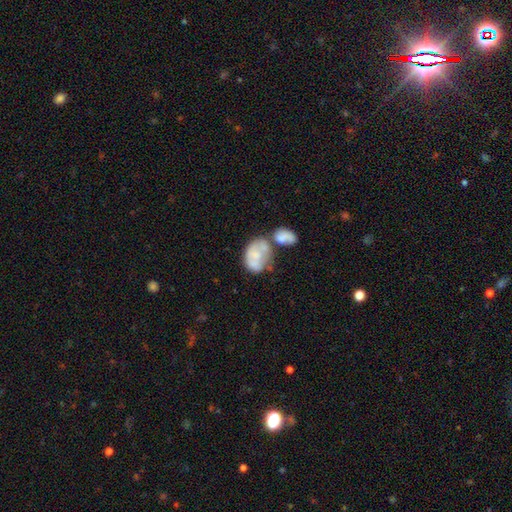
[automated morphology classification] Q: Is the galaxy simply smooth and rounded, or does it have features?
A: smooth — 56%.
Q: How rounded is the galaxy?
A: in between — 81%.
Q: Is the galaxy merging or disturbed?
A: merger — 52%.